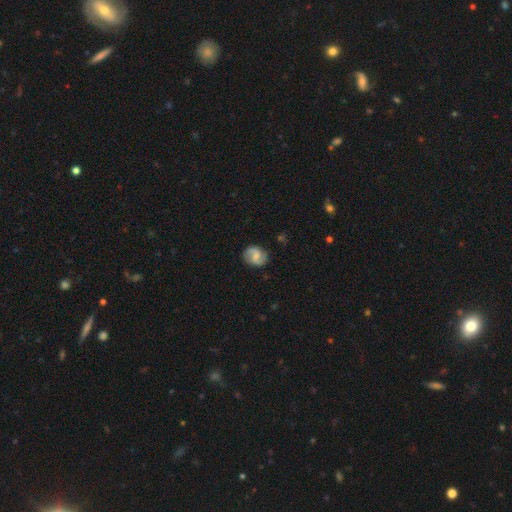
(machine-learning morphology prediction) A featured or disk galaxy (70%) with a weak bar (50%), 2 (91%) medium (48%) spiral arms (94%) and a small central bulge (37%, tied with moderate).

Vote fractions:
- Smooth or featured? featured or disk: 70% / smooth: 23% / star or artifact: 7%
- Edge-on disk? no: 98% / yes: 2%
- Bar? weak: 50% / no: 38% / strong: 11%
- Spiral arms? yes: 94% / no: 6%
- Spiral winding? medium: 48% / loose: 33% / tight: 19%
- Spiral arm count? 2: 91% / can't tell: 4% / 1: 2% / 3: 1% / 4: 1% / more than 4: 1%
- Bulge size? small: 37% (tied) / moderate: 37% (tied) / none: 20% / large: 4% / dominant: 1%
- Merging? none: 83% / minor disturbance: 12% / major disturbance: 3% / merger: 1%